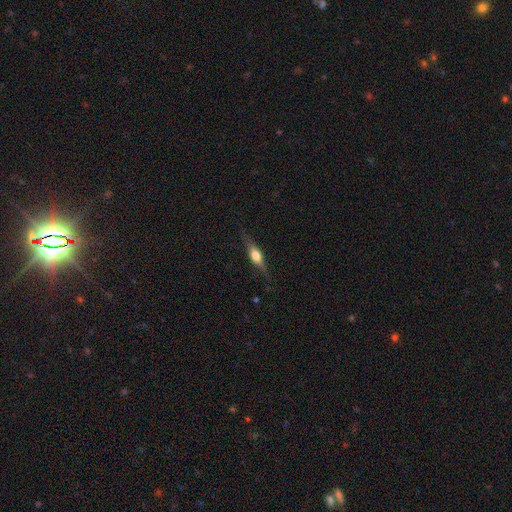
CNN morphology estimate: type=featured or disk (64%); edge-on=yes (96%); edge-on bulge=rounded (91%); merging=none (81%).